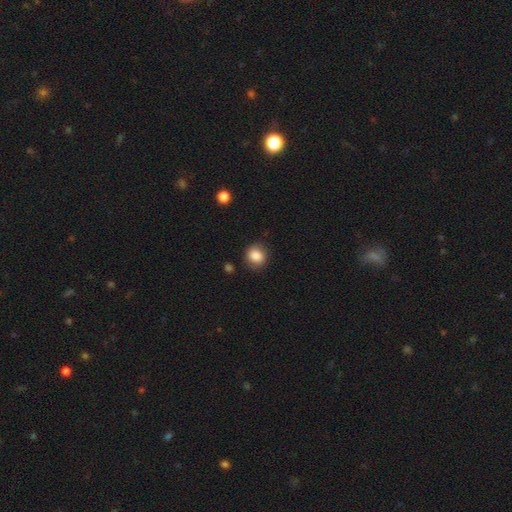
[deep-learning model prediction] Smooth or featured: smooth — 84% (star or artifact — 9%)
How rounded: round — 76% (in between — 23%)
Merging: none — 78% (minor disturbance — 16%)